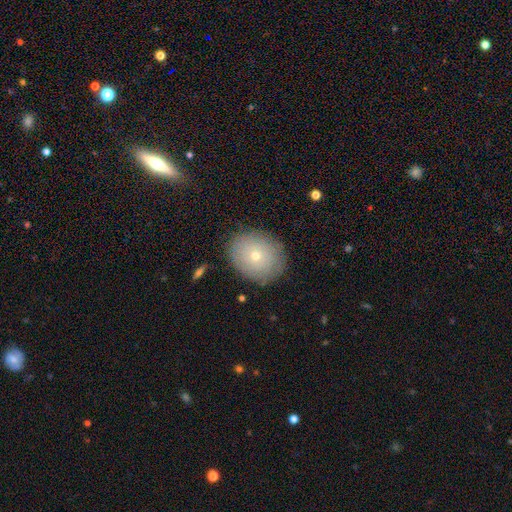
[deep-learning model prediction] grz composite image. It shows a smooth galaxy with no disk features (68%) that is round (58%). Merging: none (85%).